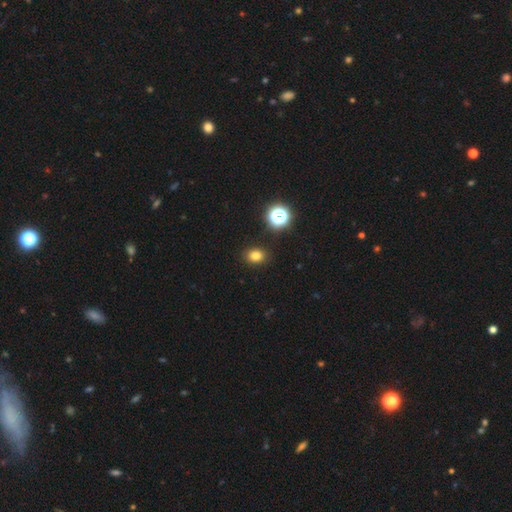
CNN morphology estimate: smooth 78%, star or artifact 16%, featured or disk 6%. Down the decision tree: how rounded — in between (51%); merging — none (89%).